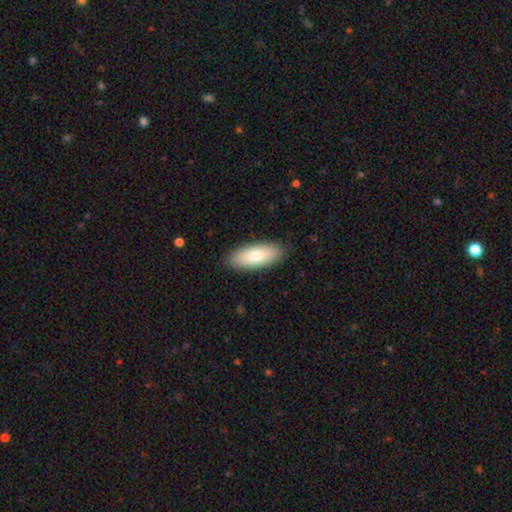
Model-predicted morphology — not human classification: This is likely a smooth galaxy (80%). How rounded: clearly in between (81%). Merging: clearly none (88%).